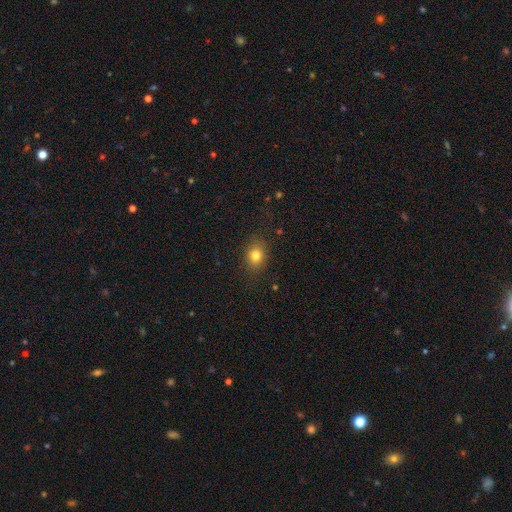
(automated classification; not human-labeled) smooth_or_featured: smooth (p=0.80) [alt: star or artifact p=0.12]
how_rounded: round (p=0.53) [alt: in between p=0.46]
merging: none (p=0.84) [alt: minor disturbance p=0.11]